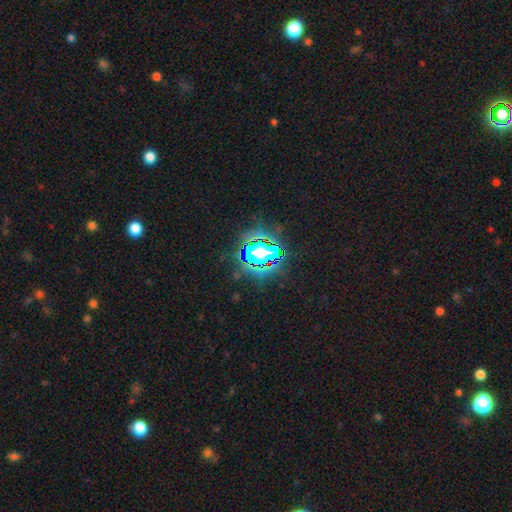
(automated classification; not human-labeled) smooth-or-featured: star or artifact: 82% | smooth: 11% | featured or disk: 7%